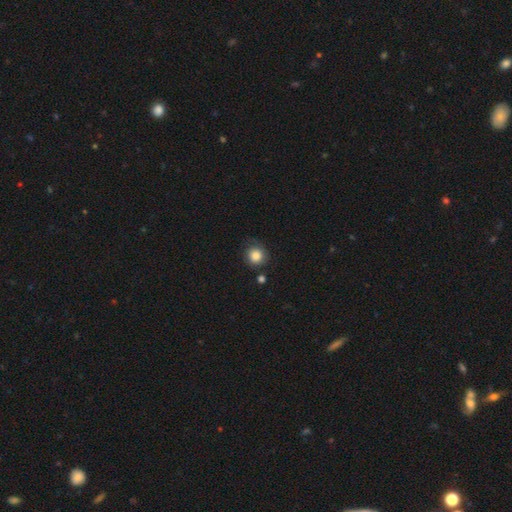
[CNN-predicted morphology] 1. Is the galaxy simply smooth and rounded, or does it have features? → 84% smooth, 9% star or artifact, 6% featured or disk.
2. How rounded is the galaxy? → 90% round, 9% in between, 1% cigar-shaped.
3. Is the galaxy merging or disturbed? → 74% none, 17% minor disturbance, 6% major disturbance, 4% merger.